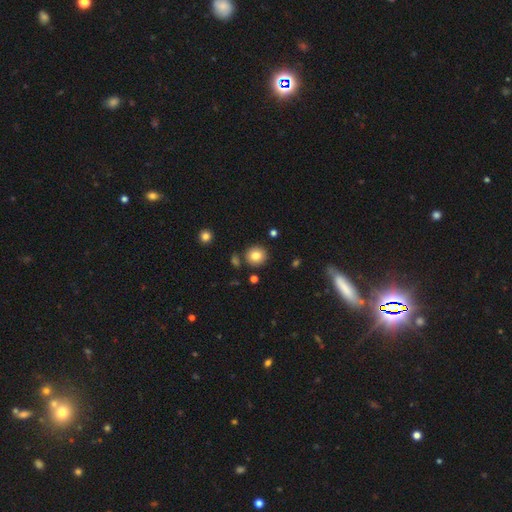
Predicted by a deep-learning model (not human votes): Q: Smooth or featured?
A: smooth (81%); runner-up: star or artifact (11%)
Q: How rounded?
A: round (92%); runner-up: in between (7%)
Q: Merging?
A: none (85%); runner-up: minor disturbance (8%)